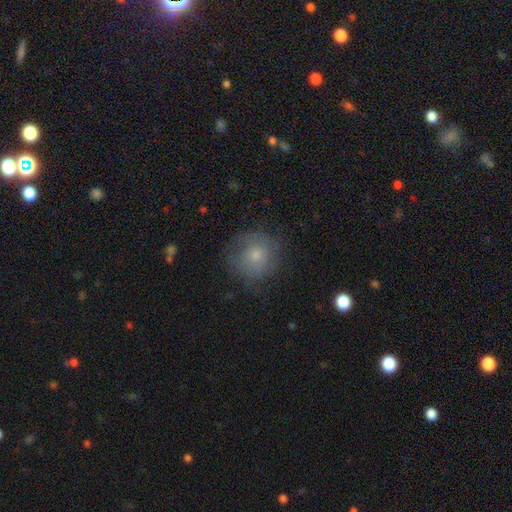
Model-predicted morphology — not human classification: The model was most divided on "smooth or featured": smooth: 68%, featured or disk: 21%, star or artifact: 10%. More confident: how rounded — round (90%); merging — none (73%).